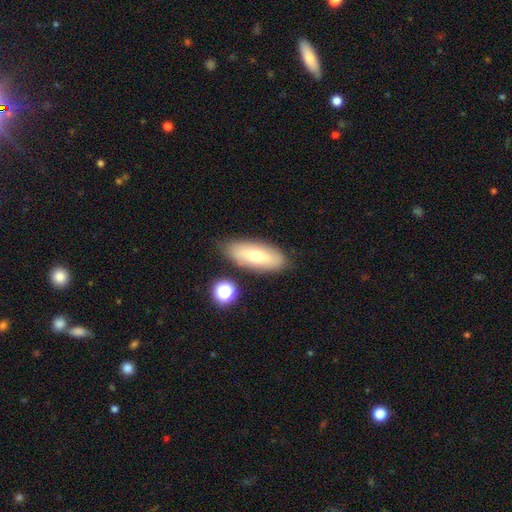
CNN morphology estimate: smooth_or_featured: smooth (p=0.64) [alt: featured or disk p=0.29]
how_rounded: in between (p=0.75) [alt: cigar-shaped p=0.23]
merging: none (p=0.78) [alt: minor disturbance p=0.14]